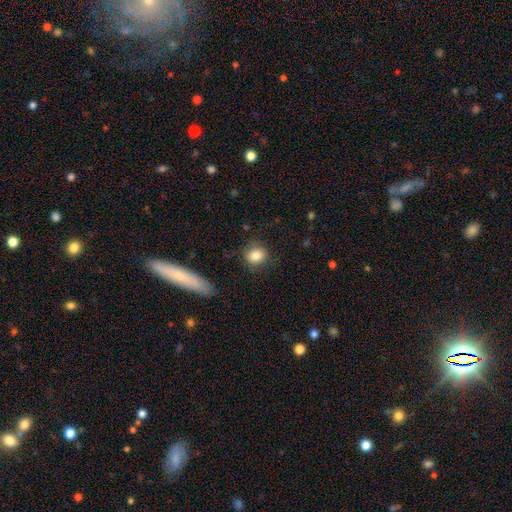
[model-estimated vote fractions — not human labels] Smooth or featured? Predicted: smooth (p=0.83). How rounded? Predicted: round (p=0.74). Merging? Predicted: none (p=0.81).